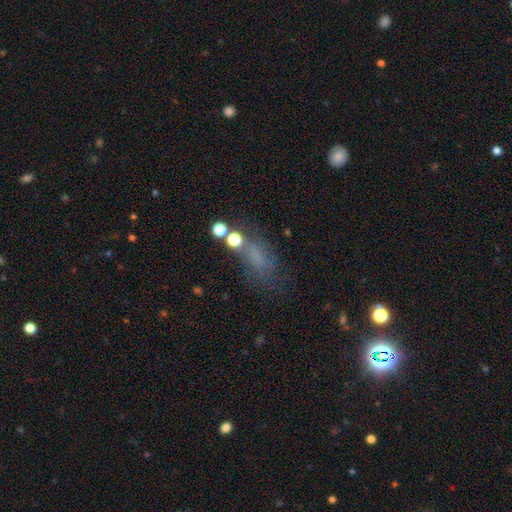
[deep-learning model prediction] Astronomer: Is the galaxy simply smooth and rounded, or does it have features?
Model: smooth — 52%.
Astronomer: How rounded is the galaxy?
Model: in between — 71%.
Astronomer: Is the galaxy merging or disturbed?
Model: none — 49%.